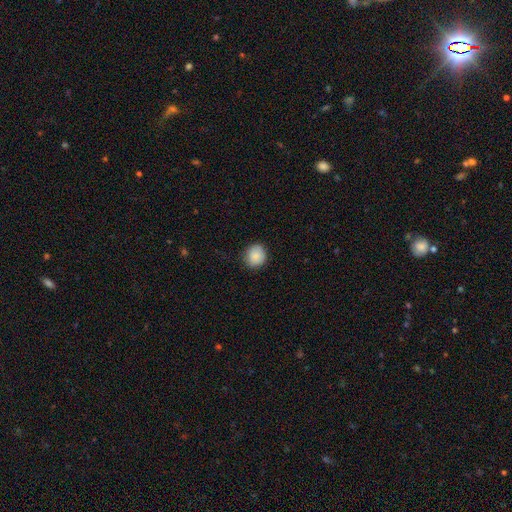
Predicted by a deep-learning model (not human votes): Smooth or featured: smooth — 87% (star or artifact — 8%)
How rounded: round — 84% (in between — 15%)
Merging: none — 84% (minor disturbance — 13%)